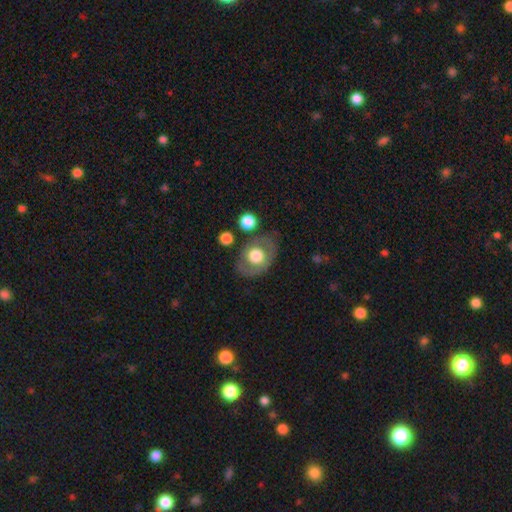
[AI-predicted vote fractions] smooth-or-featured: smooth: 54% | featured or disk: 39% | star or artifact: 7%
  how-rounded: in between: 62% | round: 37% | cigar-shaped: 1%
  merging: none: 72% | minor disturbance: 16% | major disturbance: 7% | merger: 5%